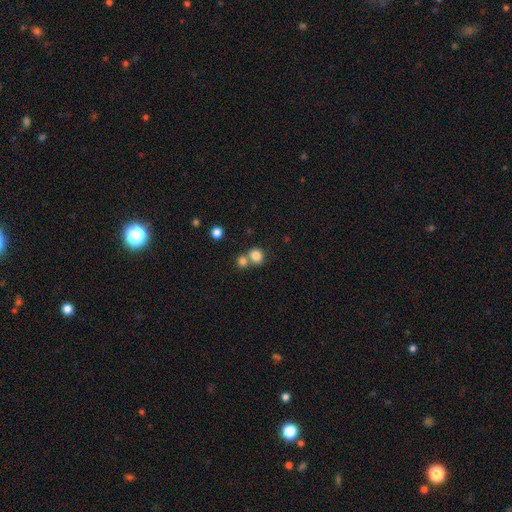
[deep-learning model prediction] A smooth galaxy with no disk features (82%) that is round (73%). Merging: none (47%).